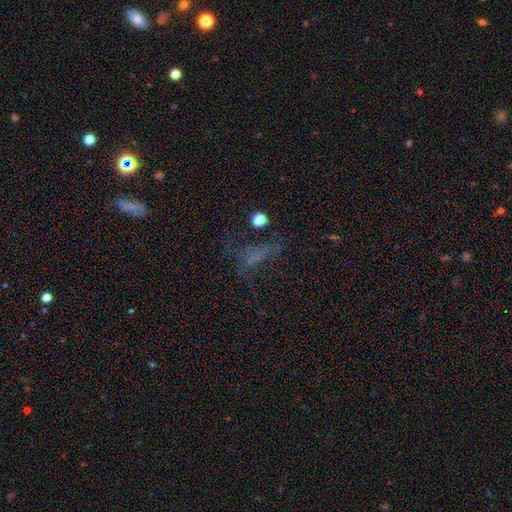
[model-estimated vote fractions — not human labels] Smooth or featured? star or artifact (34%)